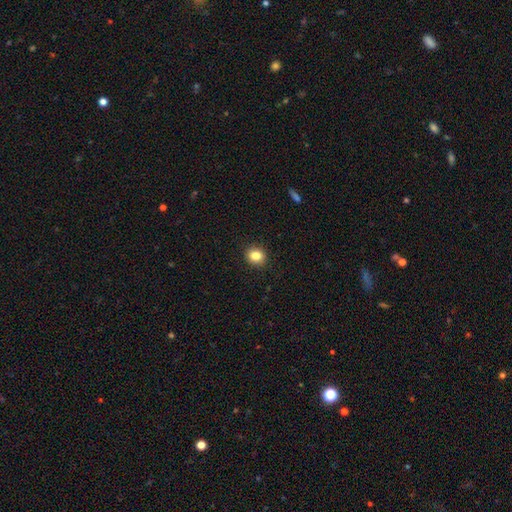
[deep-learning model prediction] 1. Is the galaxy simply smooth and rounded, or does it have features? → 84% smooth, 11% star or artifact, 6% featured or disk.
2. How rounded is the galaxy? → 77% round, 22% in between, 1% cigar-shaped.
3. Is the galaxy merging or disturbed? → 91% none, 6% minor disturbance, 2% major disturbance, 1% merger.